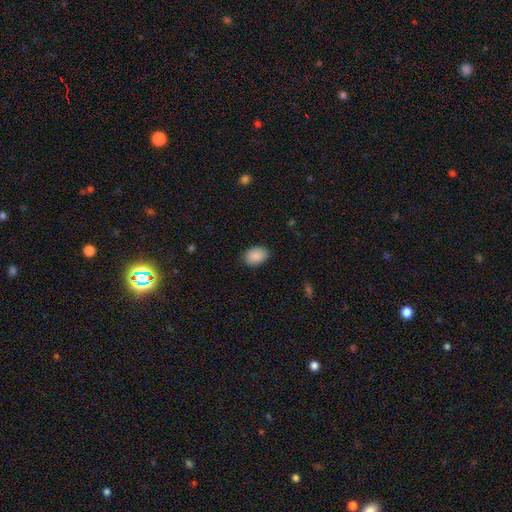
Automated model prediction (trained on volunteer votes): This appears to be a smooth galaxy with no disk features (90%) that is in between round and cigar-shaped (80%). Merging: none (83%).